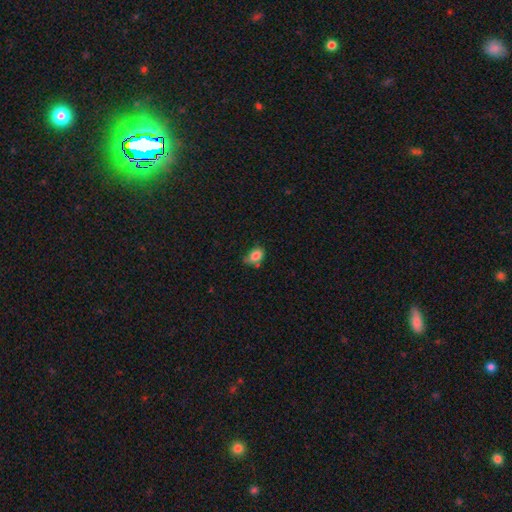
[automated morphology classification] Smooth or featured: smooth — 83% (star or artifact — 9%)
How rounded: in between — 79% (round — 20%)
Merging: none — 57% (minor disturbance — 30%)